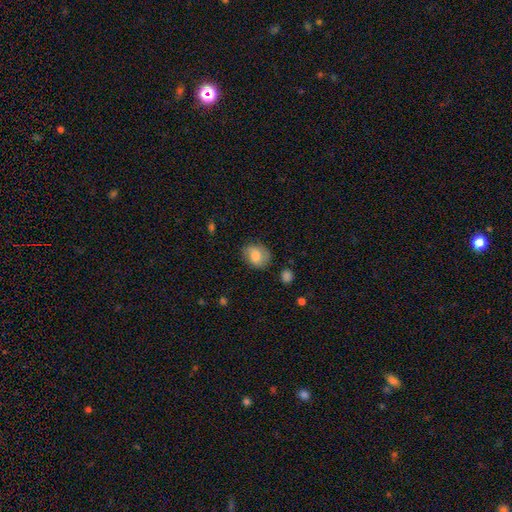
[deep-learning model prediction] Overall: smooth (77%). How rounded: in between (52%; round 47%). Merging: none (73%).